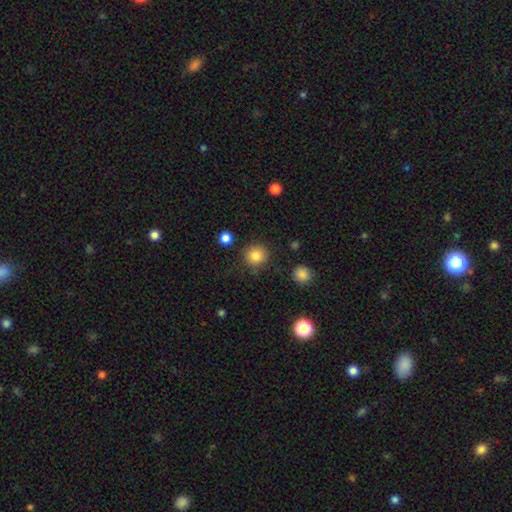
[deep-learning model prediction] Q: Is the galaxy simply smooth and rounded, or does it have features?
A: smooth — 84%.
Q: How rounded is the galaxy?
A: round — 93%.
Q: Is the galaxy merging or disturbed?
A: none — 85%.